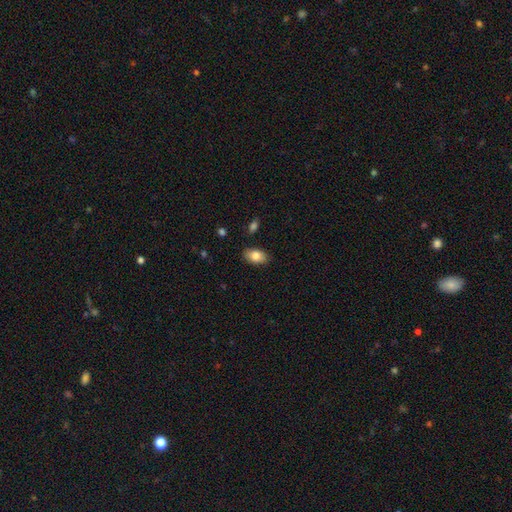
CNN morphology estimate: Overall: smooth (82%). How rounded: in between (92%). Merging: none (86%).